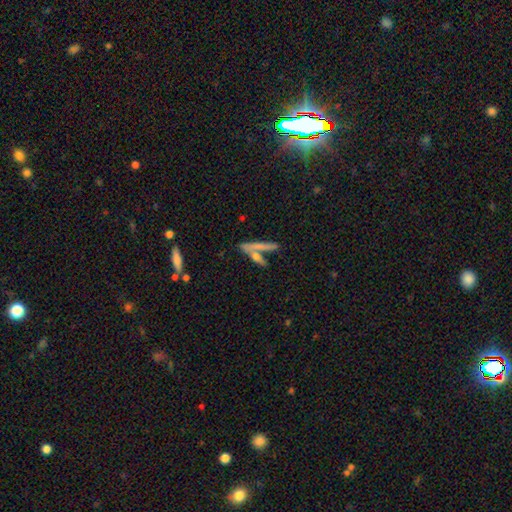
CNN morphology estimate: This is possibly a smooth galaxy (53%). How rounded: clearly cigar-shaped (85%). Merging: possibly none (53%).